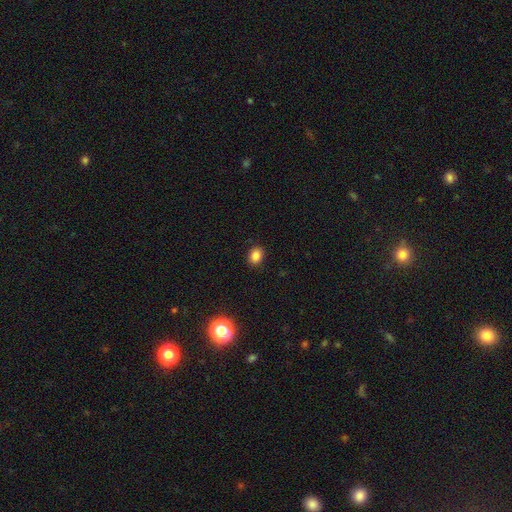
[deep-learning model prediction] This is clearly a smooth galaxy (84%). How rounded: possibly round (55%). Merging: clearly none (90%).